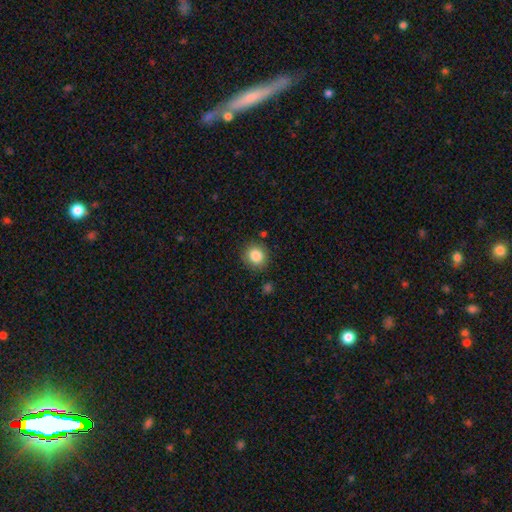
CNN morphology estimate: Overall: smooth (86%). How rounded: round (84%). Merging: none (86%).